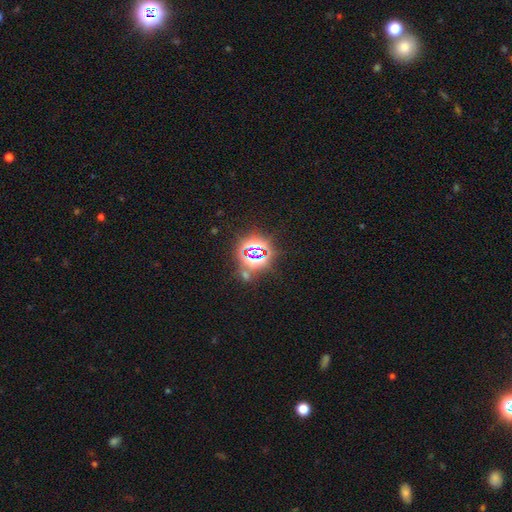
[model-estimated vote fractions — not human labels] This is clearly a star or artifact rather than a galaxy (82%).